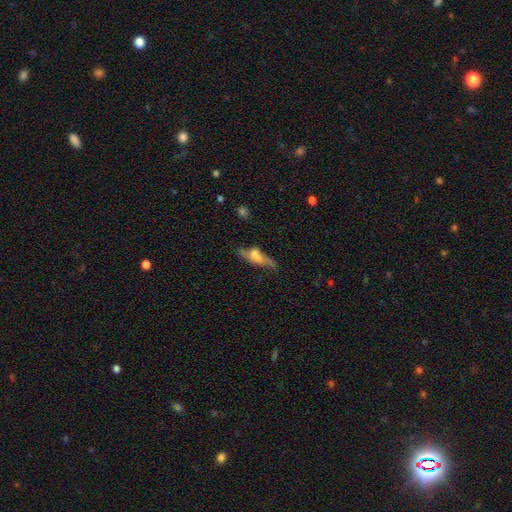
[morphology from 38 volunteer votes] Volunteers were most divided on "smooth or featured": smooth: 61%, featured or disk: 32%, star or artifact: 8%. More confident: how rounded — in between (74%); merging — none (54%).